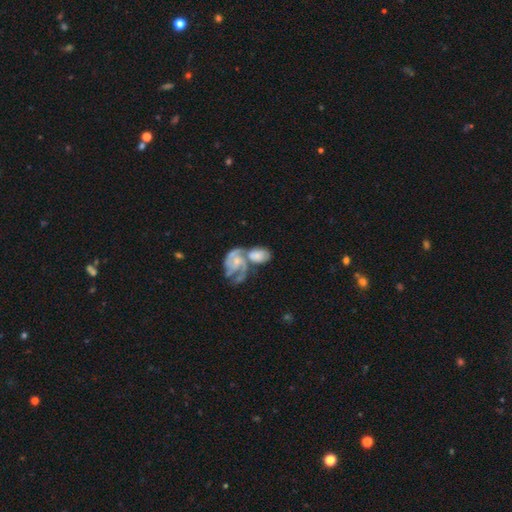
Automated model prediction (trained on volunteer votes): Overall: featured or disk (70%). Edge-on disk: no (96%). Bar: no (63%; weak 30%). Spiral arms: yes (91%). Spiral arm count: 2 (53%; can't tell 20%). Spiral winding: tight (45%; medium 42%). Bulge size: small (54%; moderate 33%). Merging: merger (61%; none 21%).